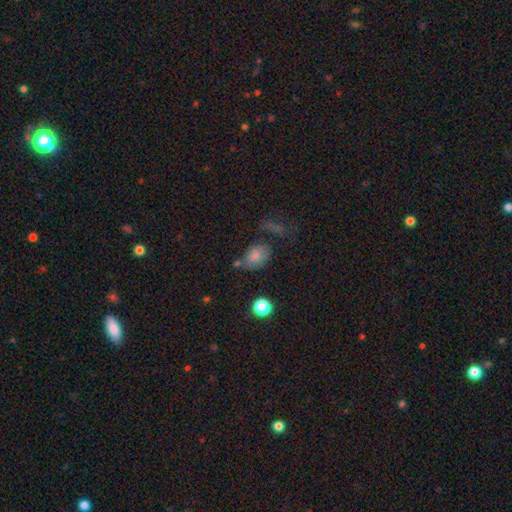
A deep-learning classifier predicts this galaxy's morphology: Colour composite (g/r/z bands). It shows a smooth galaxy with no disk features (76%) that is in between round and cigar-shaped (79%). Merging: none (50%).